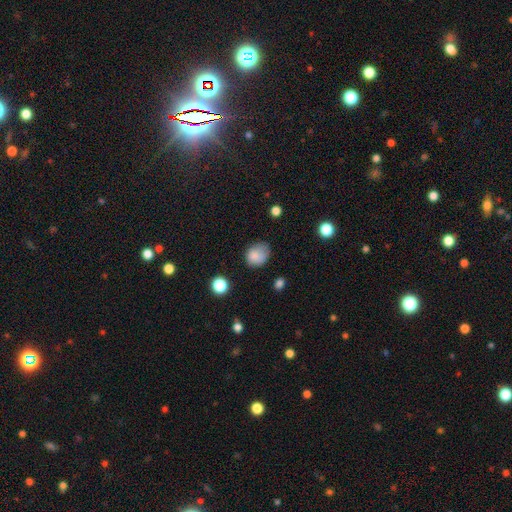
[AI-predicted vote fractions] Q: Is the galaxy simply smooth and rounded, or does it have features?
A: smooth — 83%.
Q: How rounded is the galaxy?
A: in between — 51%.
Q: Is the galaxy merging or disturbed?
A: none — 55%.